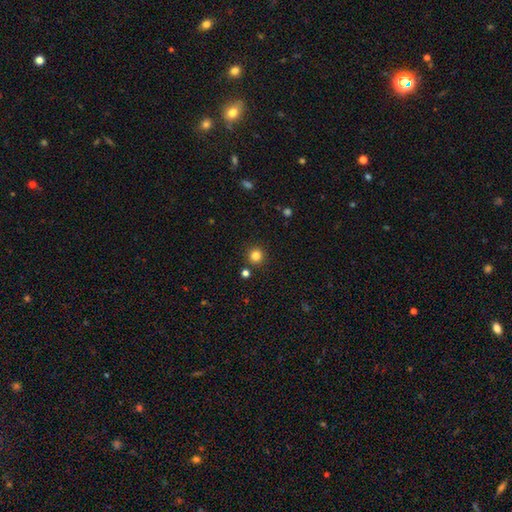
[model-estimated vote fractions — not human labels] A smooth galaxy with no disk features (82%) that is round (94%).

Vote fractions:
- Smooth or featured? smooth: 82% / star or artifact: 13% / featured or disk: 5%
- How rounded? round: 94% / in between: 5% / cigar-shaped: 1%
- Merging? none: 89% / minor disturbance: 6% / merger: 4% / major disturbance: 2%